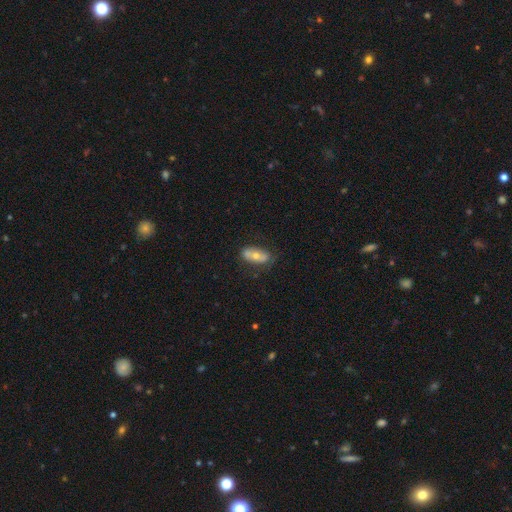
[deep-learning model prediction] This appears to be a smooth galaxy with no disk features (53%) that is in between round and cigar-shaped (80%). Merging: none (67%).